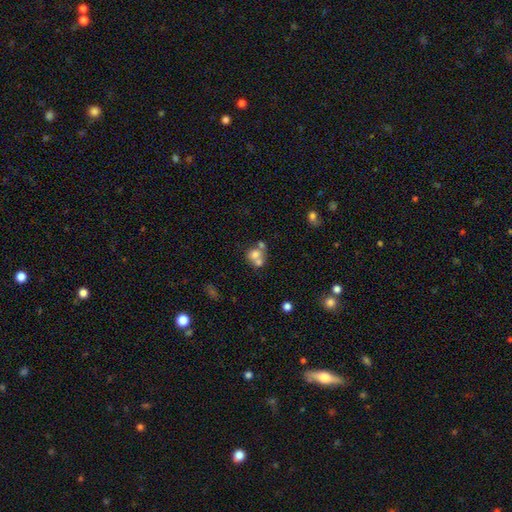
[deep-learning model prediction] smooth 66%, featured or disk 22%, star or artifact 12%. Down the decision tree: how rounded — round (72%); merging — merger (58%).